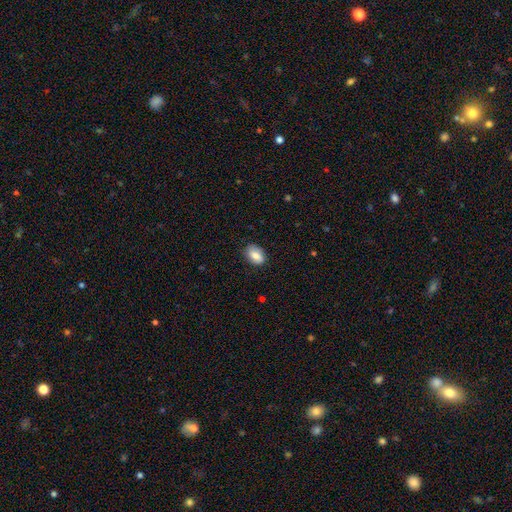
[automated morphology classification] type=smooth (81%); roundness=in between (84%); merging=none (81%).